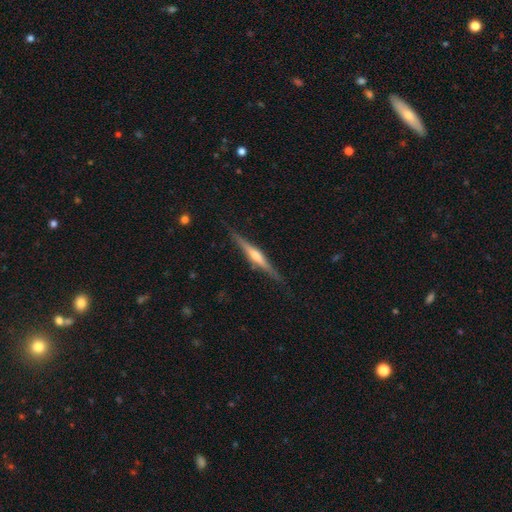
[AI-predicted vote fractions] Smooth or featured: featured or disk — 75% (smooth — 19%)
Edge-on disk: yes — 98% (no — 2%)
Edge-on bulge: rounded — 79% (none — 11%)
Merging: none — 88% (minor disturbance — 9%)